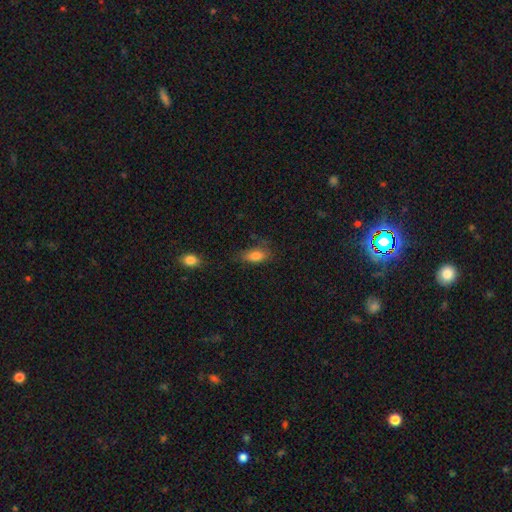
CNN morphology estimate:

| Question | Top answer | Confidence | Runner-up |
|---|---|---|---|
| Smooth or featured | smooth | 82% | featured or disk (10%) |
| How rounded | in between | 85% | cigar-shaped (9%) |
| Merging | none | 69% | minor disturbance (22%) |